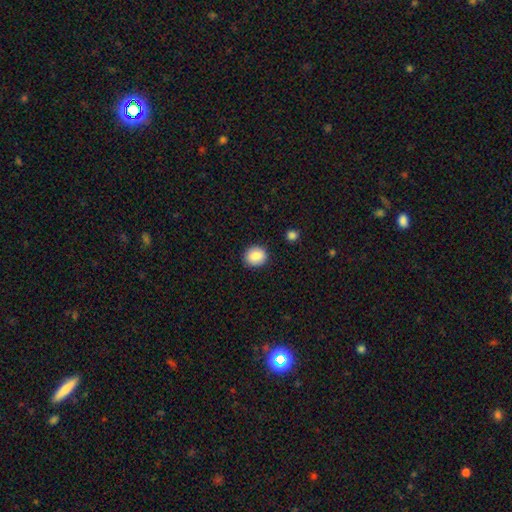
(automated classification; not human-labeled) Smooth or featured? Predicted: smooth (p=0.86). How rounded? Predicted: round (p=0.78). Merging? Predicted: none (p=0.89).